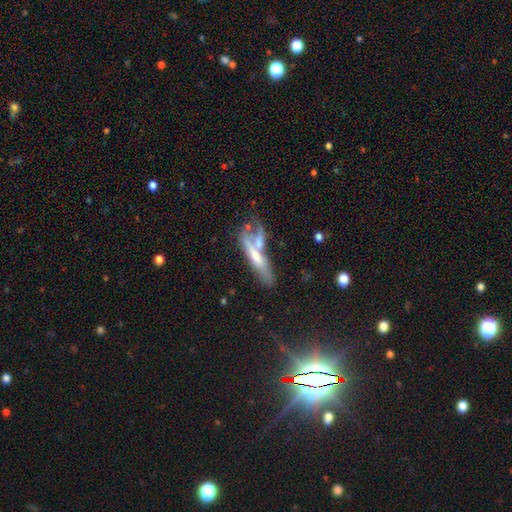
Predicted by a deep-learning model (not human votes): featured or disk 50%, smooth 27%, star or artifact 23%. Down the decision tree: edge-on disk — yes (58%); merging — merger (40%).